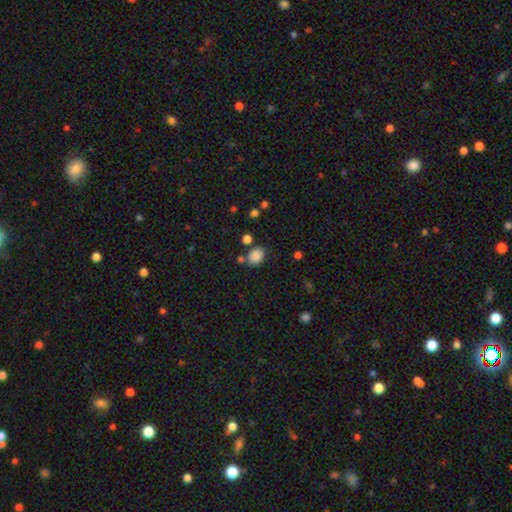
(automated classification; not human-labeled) Smooth or featured?
  - smooth: 85% *
  - star or artifact: 10%
  - featured or disk: 4%
How rounded?
  - in between: 62% *
  - round: 37%
  - cigar-shaped: 1%
Merging?
  - none: 70% *
  - minor disturbance: 15%
  - merger: 10%
  - major disturbance: 5%